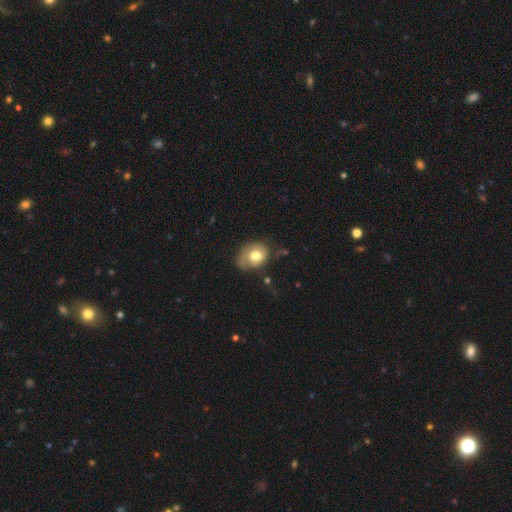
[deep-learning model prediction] Morphology: type=smooth (70%); roundness=in between (57%); merging=none (47%).